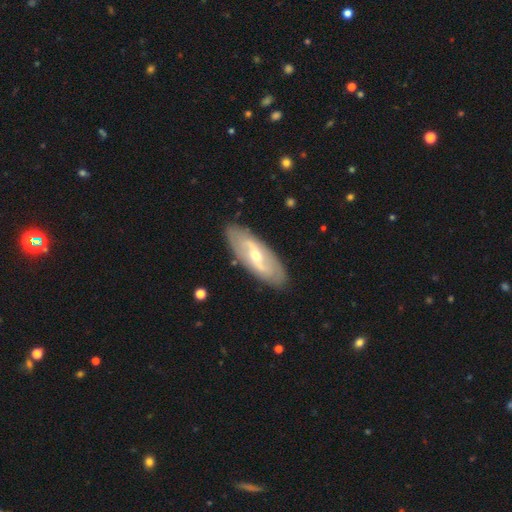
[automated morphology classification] Smooth or featured? Predicted: featured or disk (p=0.71). Edge-on disk? Predicted: no (p=0.83). Bar? Predicted: weak (p=0.44). Spiral arms? Predicted: yes (p=0.67). Bulge size? Predicted: moderate (p=0.49). Merging? Predicted: none (p=0.87).